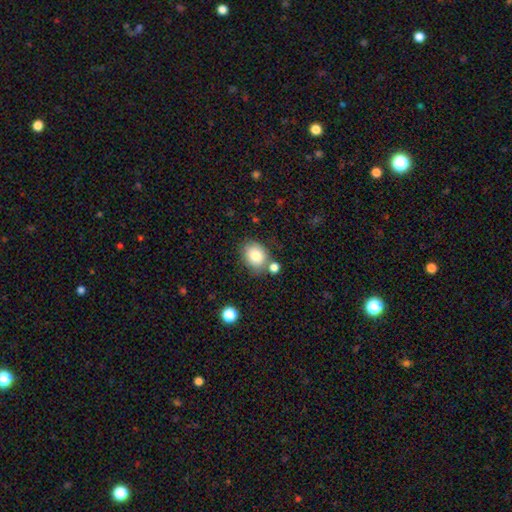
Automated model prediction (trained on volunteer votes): Smooth or featured? Predicted: smooth (p=0.82). How rounded? Predicted: in between (p=0.58). Merging? Predicted: none (p=0.67).